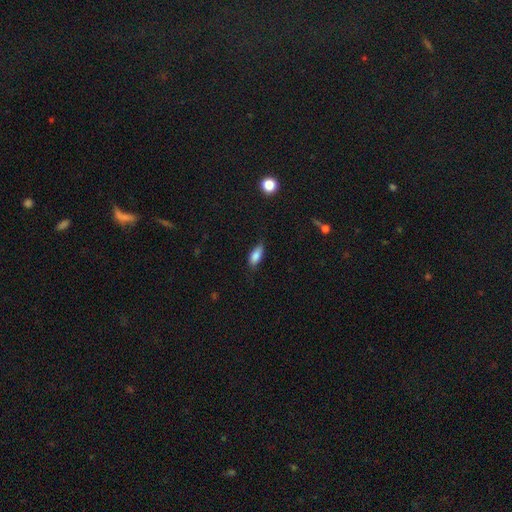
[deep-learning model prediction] Smooth or featured? Predicted: smooth (p=0.83). How rounded? Predicted: in between (p=0.80). Merging? Predicted: none (p=0.71).